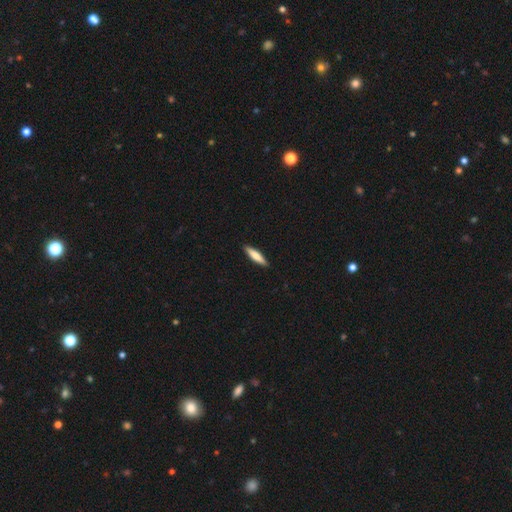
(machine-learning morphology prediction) type=smooth (69%); roundness=cigar-shaped (82%); merging=none (91%).